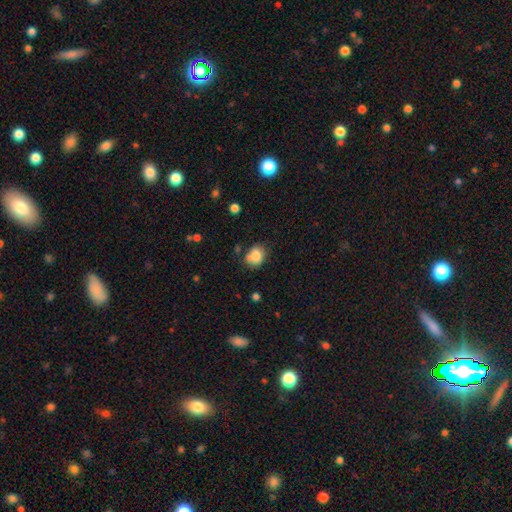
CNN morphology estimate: type=smooth (78%); roundness=in between (52%); merging=none (55%).